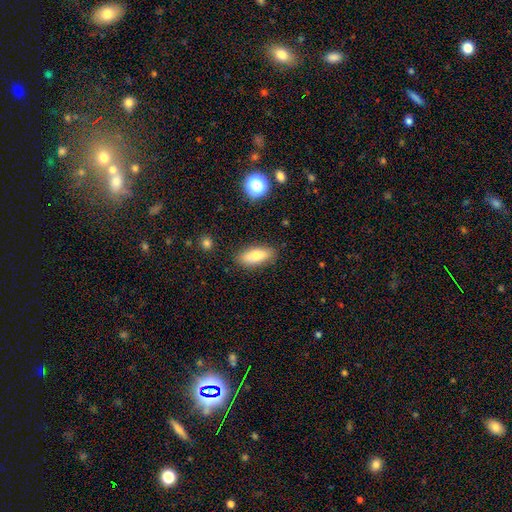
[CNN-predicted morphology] A smooth galaxy with no disk features (79%) that is in between round and cigar-shaped (73%).

Vote fractions:
- Smooth or featured? smooth: 79% / featured or disk: 14% / star or artifact: 8%
- How rounded? in between: 73% / cigar-shaped: 24% / round: 3%
- Merging? none: 86% / minor disturbance: 10% / major disturbance: 3% / merger: 2%